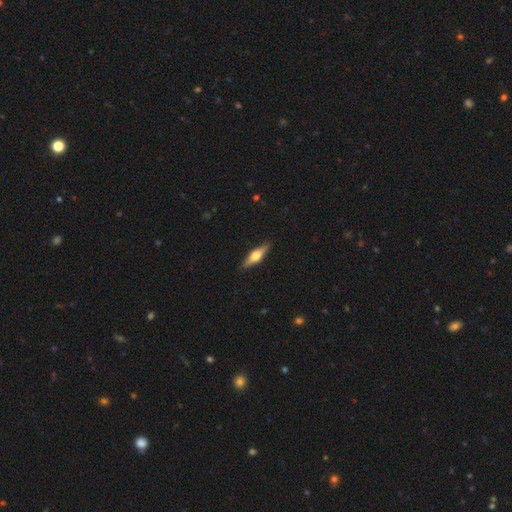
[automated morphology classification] Q: Smooth or featured?
A: featured or disk (60%); runner-up: smooth (34%)
Q: Edge-on disk?
A: yes (95%); runner-up: no (5%)
Q: Edge-on bulge?
A: rounded (94%); runner-up: boxy (4%)
Q: Merging?
A: none (90%); runner-up: minor disturbance (8%)